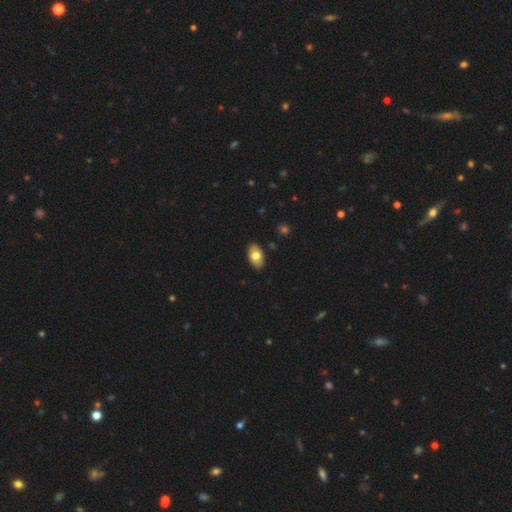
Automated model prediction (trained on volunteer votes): Smooth or featured? Predicted: smooth (p=0.75). How rounded? Predicted: in between (p=0.94). Merging? Predicted: none (p=0.88).